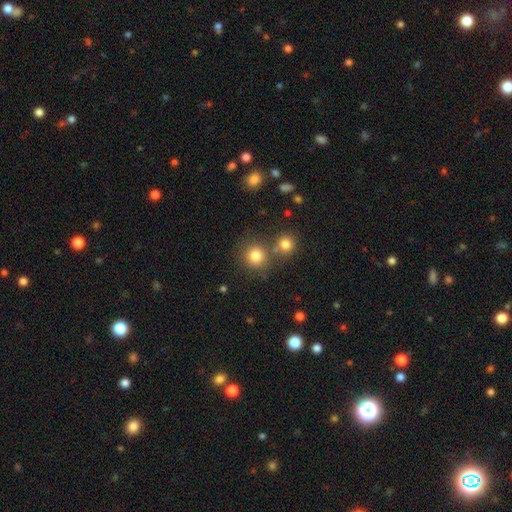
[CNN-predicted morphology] A smooth galaxy with no disk features (81%) that is round (90%). Merging: none (70%).